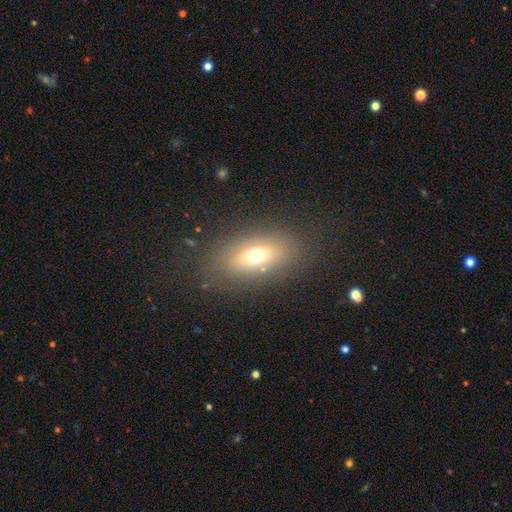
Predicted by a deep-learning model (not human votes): Smooth or featured? Predicted: smooth (p=0.61). How rounded? Predicted: in between (p=0.80). Merging? Predicted: none (p=0.79).